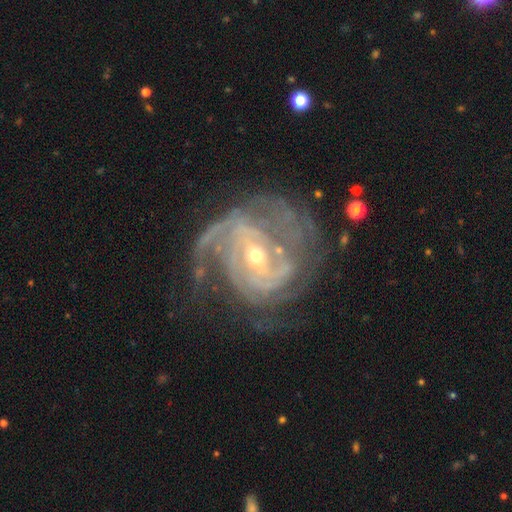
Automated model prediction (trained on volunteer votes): smooth_or_featured: featured or disk (p=0.90) [alt: star or artifact p=0.06]
disk_edge_on: no (p=0.97) [alt: yes p=0.03]
bar: weak (p=0.46) [alt: strong p=0.29]
has_spiral_arms: yes (p=0.97) [alt: no p=0.03]
spiral_winding: tight (p=0.54) [alt: medium p=0.35]
spiral_arm_count: 2 (p=0.27) [alt: can't tell p=0.25]
bulge_size: small (p=0.58) [alt: moderate p=0.38]
merging: none (p=0.58) [alt: major disturbance p=0.20]